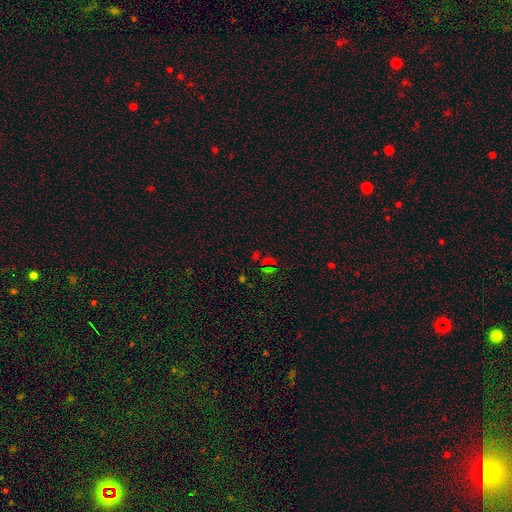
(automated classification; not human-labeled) This appears to be a star or artifact, not a galaxy (63%).